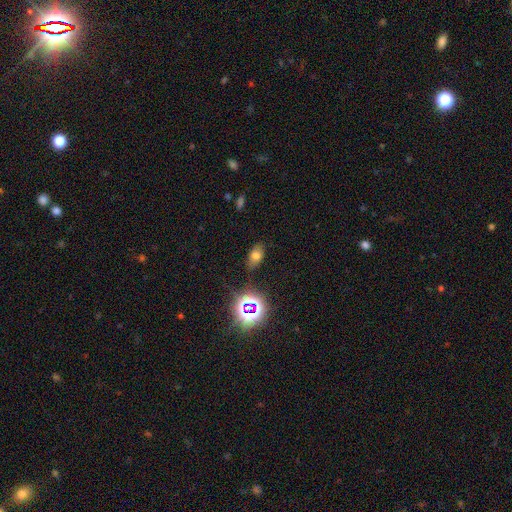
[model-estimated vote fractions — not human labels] The model was most divided on "smooth or featured": smooth: 64%, star or artifact: 24%, featured or disk: 12%. More confident: how rounded — in between (86%); merging — none (79%).